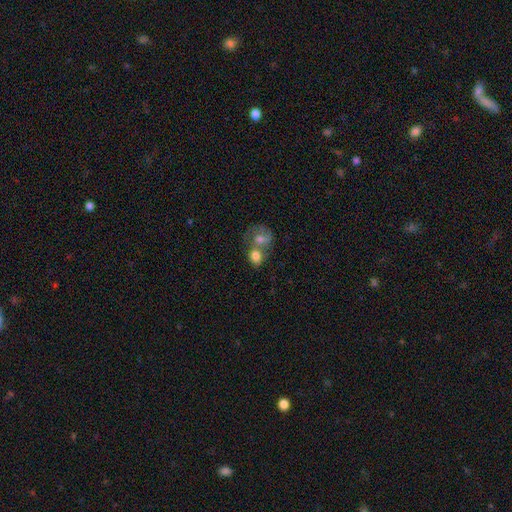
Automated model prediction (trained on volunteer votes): smooth-or-featured: smooth: 69% | featured or disk: 23% | star or artifact: 8%
  how-rounded: in between: 50% | round: 48% | cigar-shaped: 1%
  merging: merger: 66% | none: 20% | minor disturbance: 8% | major disturbance: 6%